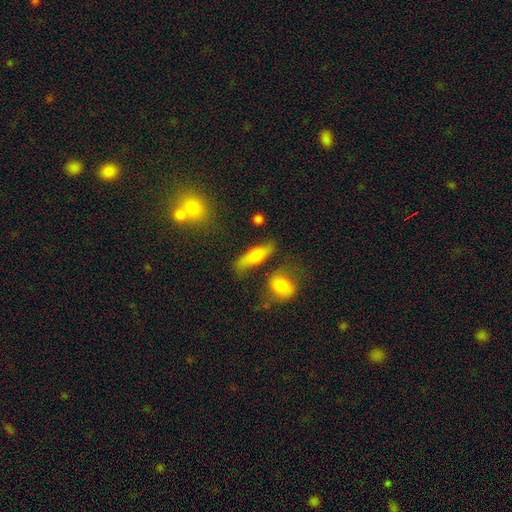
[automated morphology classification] Smooth or featured: smooth — 61% (featured or disk — 30%)
How rounded: in between — 53% (cigar-shaped — 41%)
Merging: none — 65% (minor disturbance — 18%)